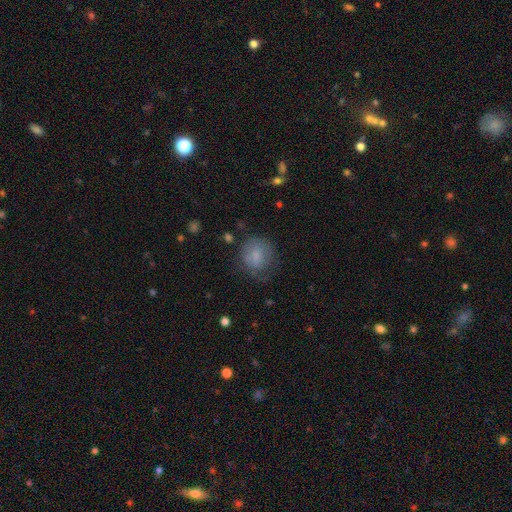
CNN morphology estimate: The model was most divided on "merging": none: 60%, minor disturbance: 25%, major disturbance: 13%, merger: 2%. More confident: smooth or featured — smooth (74%); how rounded — round (74%).